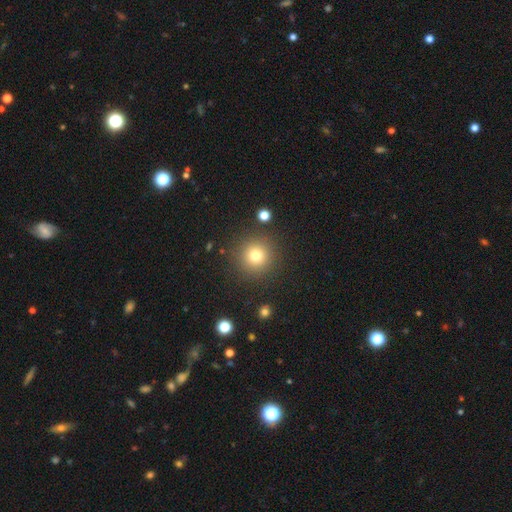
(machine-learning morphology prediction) Smooth or featured? smooth (77%)
How rounded? round (95%)
Merging? none (88%)